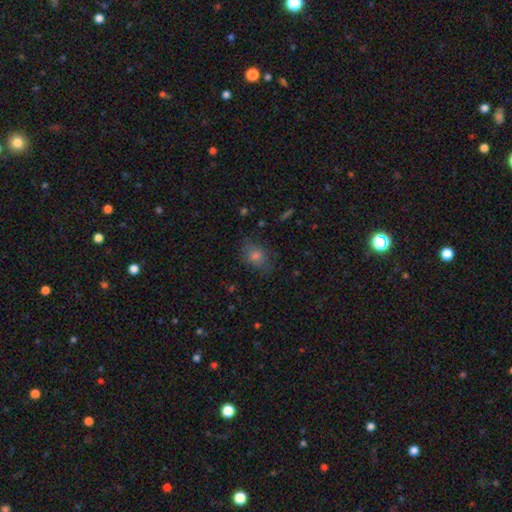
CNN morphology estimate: Smooth or featured: smooth — 67% (star or artifact — 20%)
How rounded: in between — 62% (round — 36%)
Merging: none — 79% (minor disturbance — 15%)